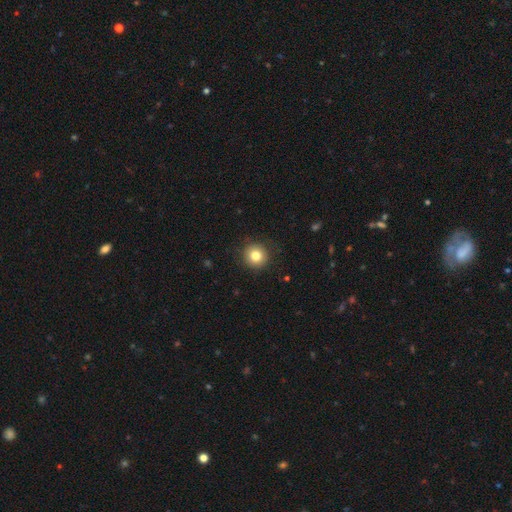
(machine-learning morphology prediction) Q: Smooth or featured?
A: smooth (82%); runner-up: star or artifact (11%)
Q: How rounded?
A: round (94%); runner-up: in between (5%)
Q: Merging?
A: none (90%); runner-up: minor disturbance (7%)